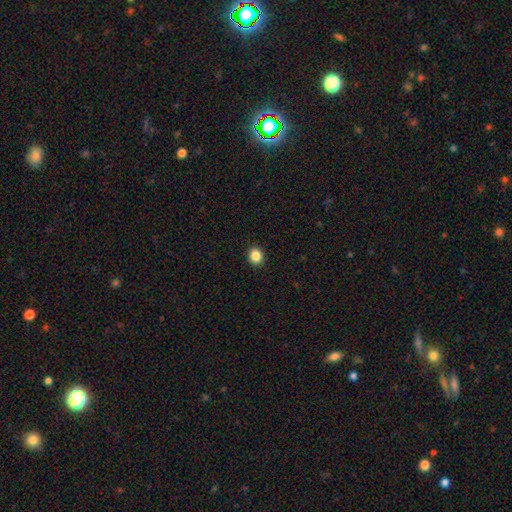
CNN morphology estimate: Smooth or featured?
  - smooth: 86% *
  - star or artifact: 10%
  - featured or disk: 3%
How rounded?
  - round: 72% *
  - in between: 28%
  - cigar-shaped: 1%
Merging?
  - none: 92% *
  - minor disturbance: 5%
  - major disturbance: 2%
  - merger: 1%